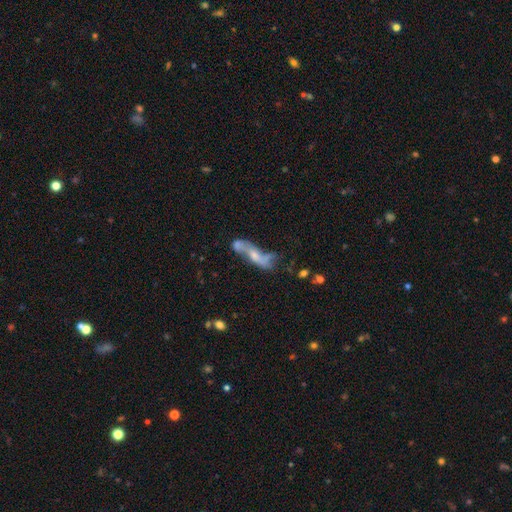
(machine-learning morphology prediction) featured or disk 56%, smooth 35%, star or artifact 9%. Down the decision tree: edge-on disk — no (76%); merging — none (32%).